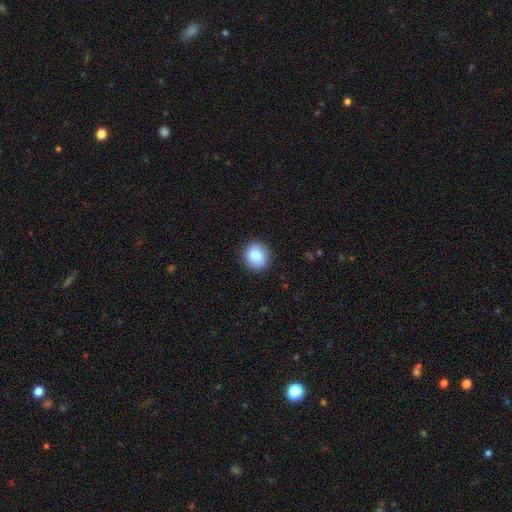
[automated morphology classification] smooth 86%, star or artifact 8%, featured or disk 6%. Down the decision tree: how rounded — round (78%); merging — none (88%).